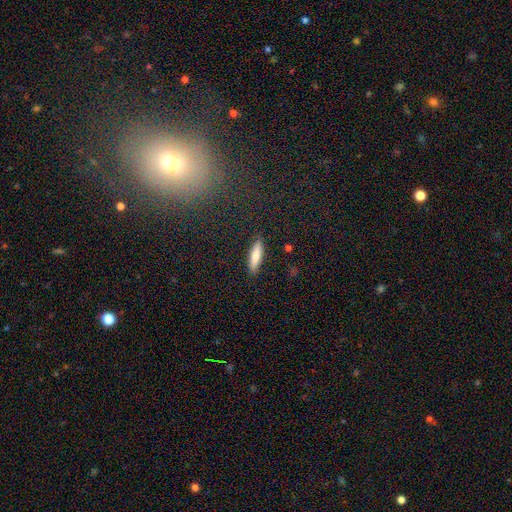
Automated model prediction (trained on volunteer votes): Morphology: type=smooth (79%); roundness=cigar-shaped (69%); merging=none (89%).